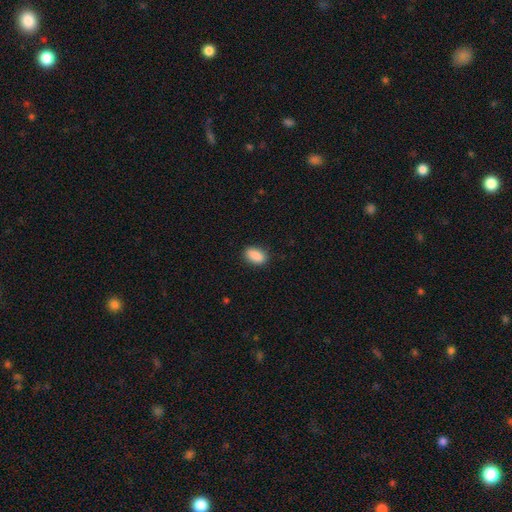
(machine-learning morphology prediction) Smooth or featured? smooth (89%)
How rounded? in between (90%)
Merging? none (86%)